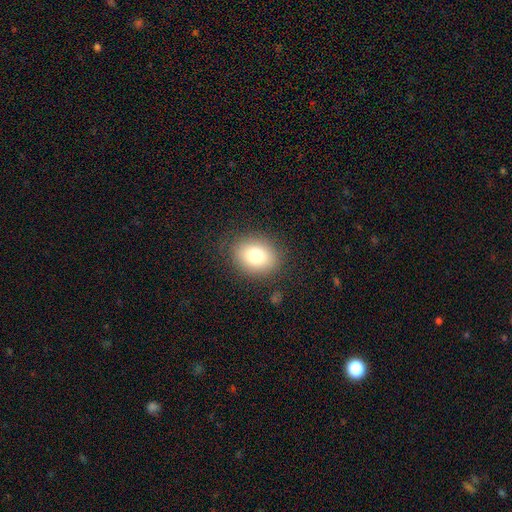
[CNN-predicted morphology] smooth 78%, featured or disk 11%, star or artifact 11%. Down the decision tree: how rounded — round (52%); merging — none (83%).